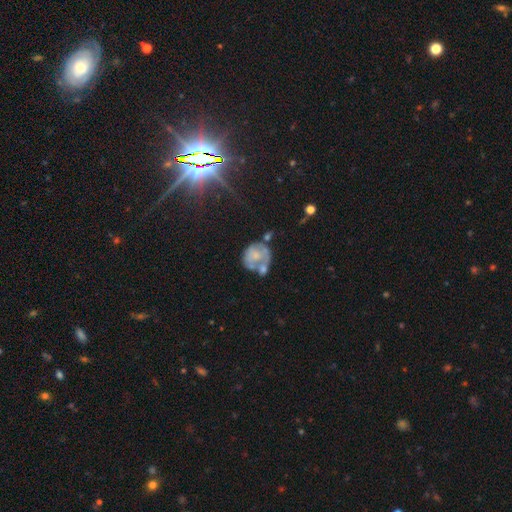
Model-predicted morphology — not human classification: smooth_or_featured: featured or disk (p=0.47) [alt: smooth p=0.43]
merging: none (p=0.32) [alt: merger p=0.29]